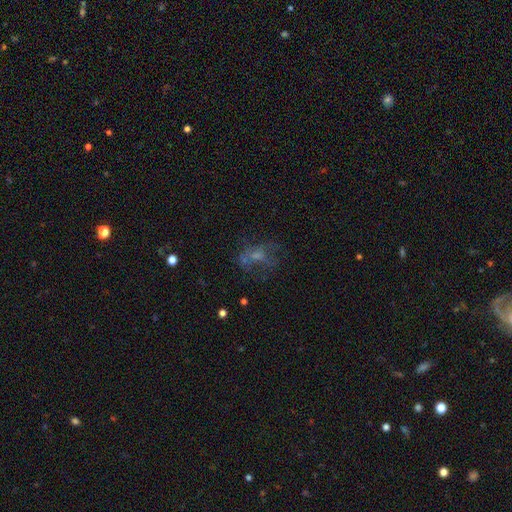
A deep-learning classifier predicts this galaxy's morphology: featured or disk 42%, smooth 34%, star or artifact 24%. Down the decision tree: merging — none (43%).